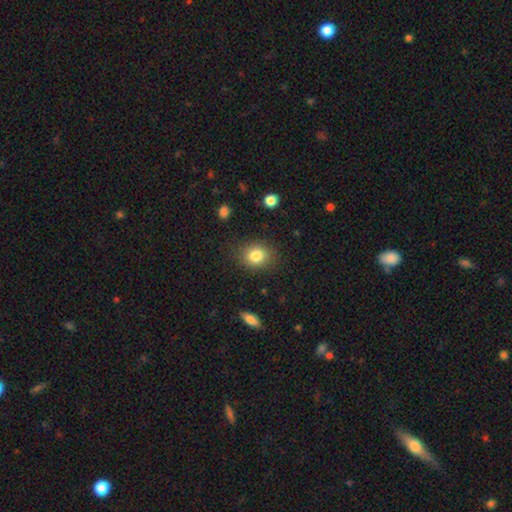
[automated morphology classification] Overall: smooth (83%). How rounded: round (63%; in between 36%). Merging: none (82%).